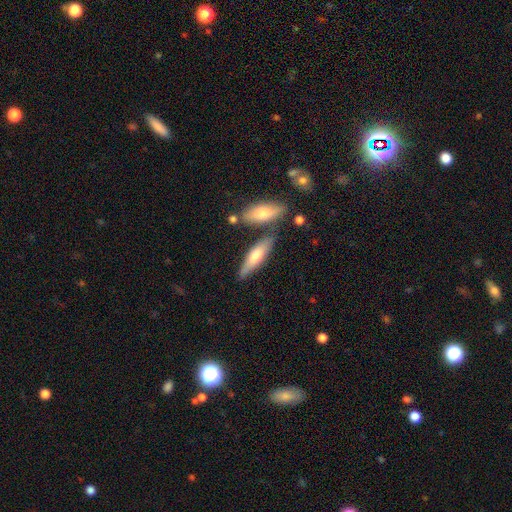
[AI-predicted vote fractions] Smooth or featured?
  - smooth: 64% *
  - featured or disk: 31%
  - star or artifact: 5%
How rounded?
  - cigar-shaped: 61% *
  - in between: 37%
  - round: 2%
Merging?
  - none: 69% *
  - minor disturbance: 14%
  - merger: 14%
  - major disturbance: 3%